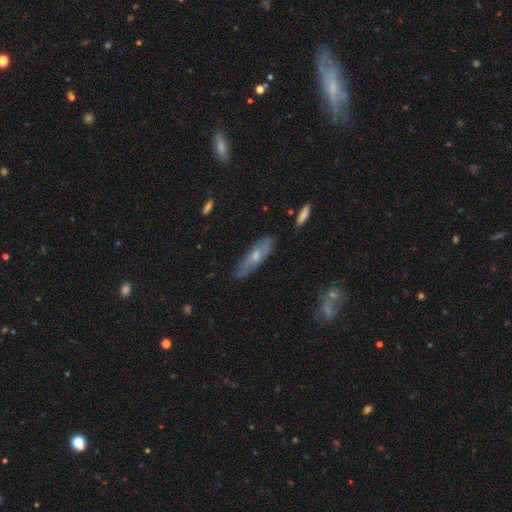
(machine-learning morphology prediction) Smooth or featured? Predicted: smooth (p=0.48). Merging? Predicted: none (p=0.75).